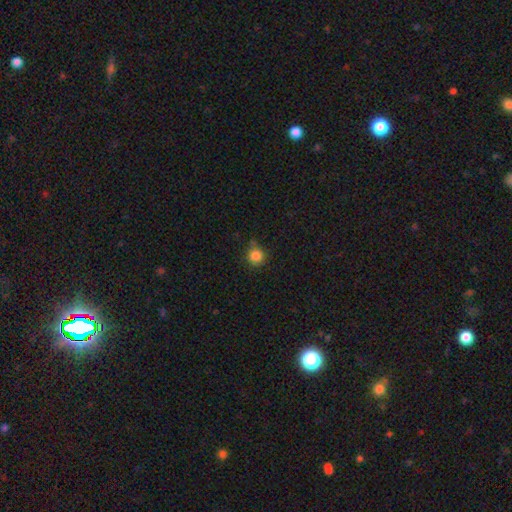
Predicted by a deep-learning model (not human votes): Morphology: type=smooth (85%); roundness=round (91%); merging=none (75%).